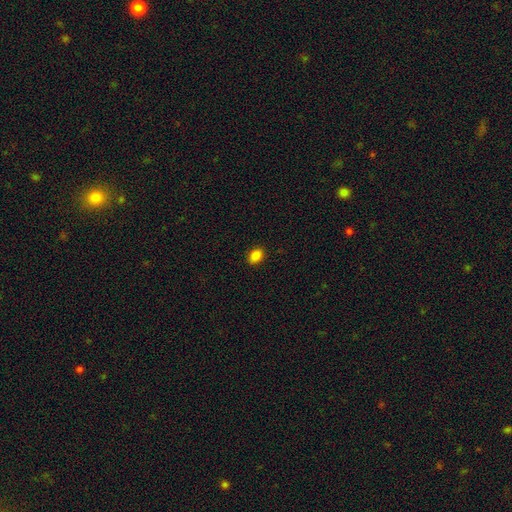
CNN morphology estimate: This appears to be a smooth galaxy with no disk features (85%) that is in between round and cigar-shaped (73%). Merging: none (90%).